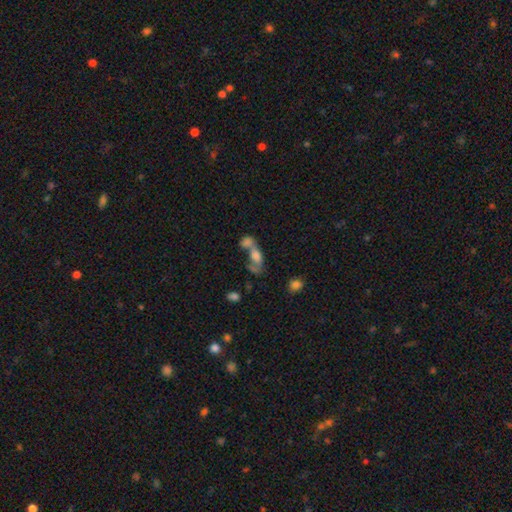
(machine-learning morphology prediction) smooth_or_featured: smooth (p=0.56) [alt: featured or disk p=0.30]
how_rounded: in between (p=0.74) [alt: cigar-shaped p=0.15]
merging: merger (p=0.62) [alt: none p=0.18]